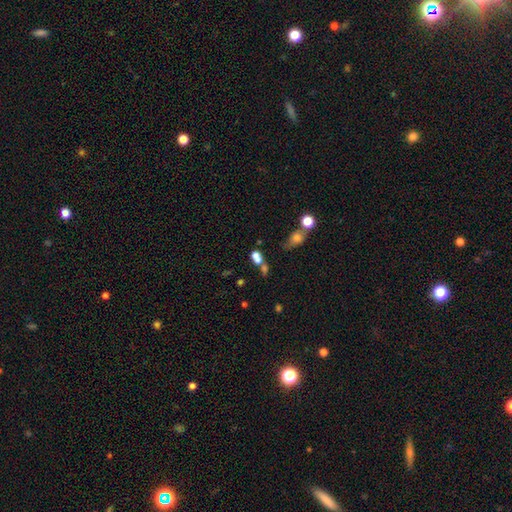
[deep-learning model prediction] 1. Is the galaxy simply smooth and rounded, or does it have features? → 69% smooth, 18% star or artifact, 13% featured or disk.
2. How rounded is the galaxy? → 65% in between, 30% round, 5% cigar-shaped.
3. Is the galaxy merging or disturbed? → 42% merger, 37% none, 12% minor disturbance, 9% major disturbance.